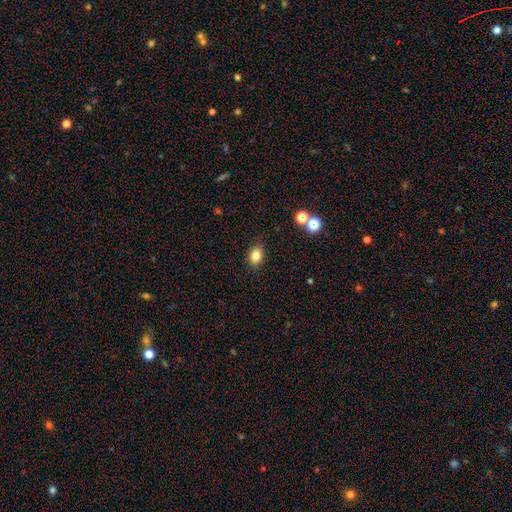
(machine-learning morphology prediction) This appears to be a smooth galaxy with no disk features (82%) that is in between round and cigar-shaped (72%). Merging: none (87%).